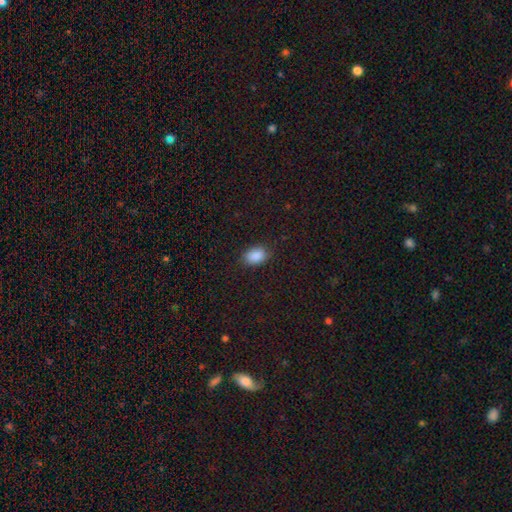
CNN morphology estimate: Overall: smooth (88%). How rounded: in between (84%). Merging: none (85%).